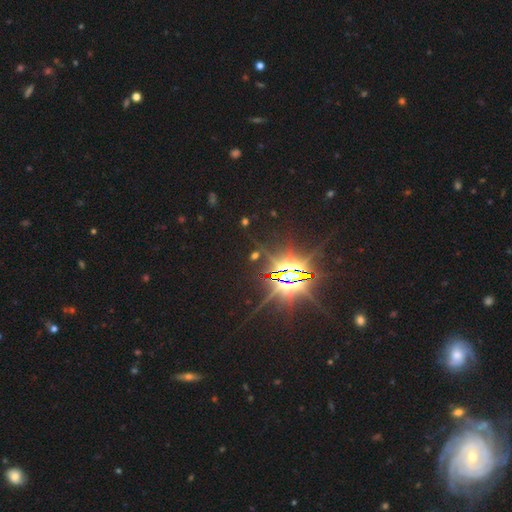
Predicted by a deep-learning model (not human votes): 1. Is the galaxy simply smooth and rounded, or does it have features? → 83% star or artifact, 10% featured or disk, 7% smooth.